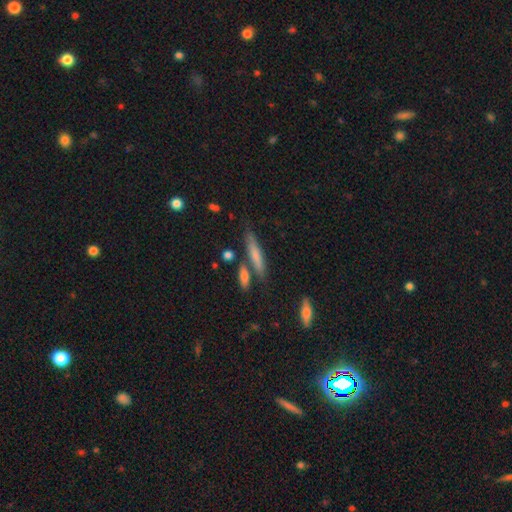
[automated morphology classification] smooth 67%, featured or disk 26%, star or artifact 7%. Down the decision tree: how rounded — cigar-shaped (85%); merging — none (72%).